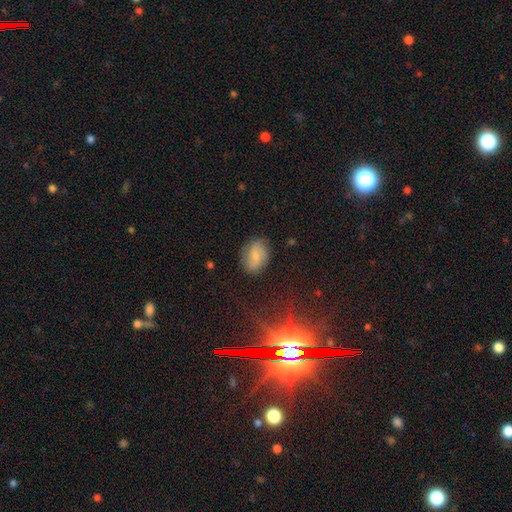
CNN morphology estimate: smooth_or_featured: smooth (p=0.51) [alt: featured or disk p=0.40]
how_rounded: in between (p=0.78) [alt: round p=0.20]
merging: none (p=0.79) [alt: minor disturbance p=0.15]